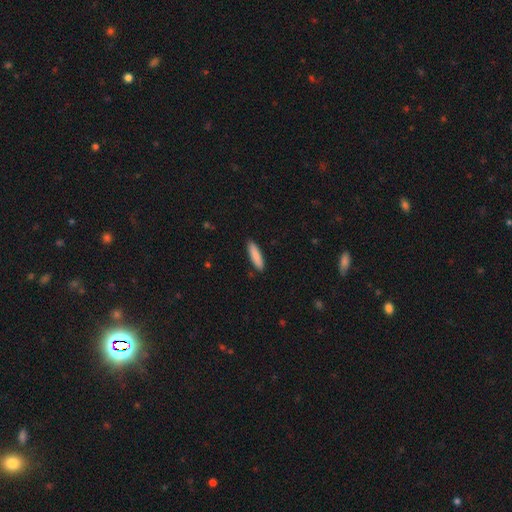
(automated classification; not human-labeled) Smooth or featured? smooth (87%)
How rounded? cigar-shaped (76%)
Merging? none (89%)